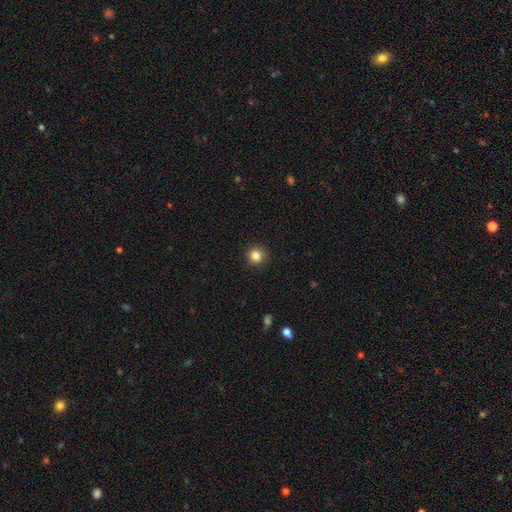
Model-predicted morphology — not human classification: type=smooth (84%); roundness=round (93%); merging=none (92%).